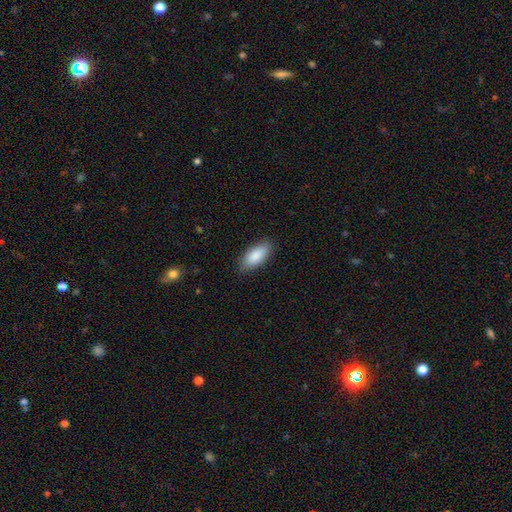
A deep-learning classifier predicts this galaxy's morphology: The model was most divided on "merging": none: 85%, minor disturbance: 11%, major disturbance: 2%, merger: 1%. More confident: smooth or featured — smooth (88%); how rounded — in between (87%).